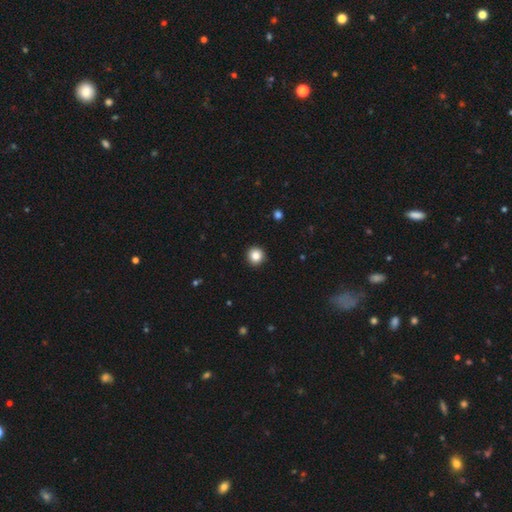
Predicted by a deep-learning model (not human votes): A smooth galaxy with no disk features (86%) that is round (95%). Merging: none (93%).